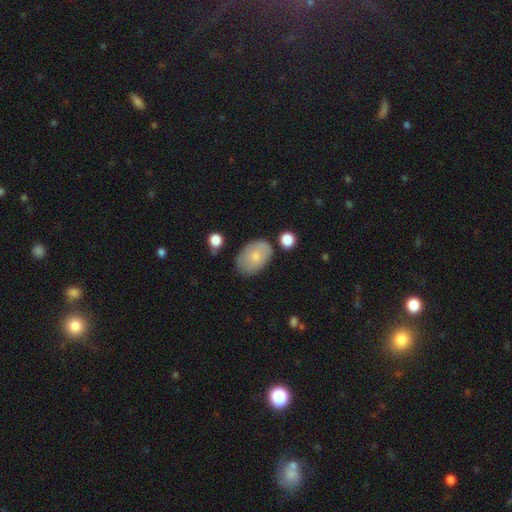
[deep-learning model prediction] A smooth galaxy with no disk features (73%) that is in between round and cigar-shaped (87%). Merging: none (66%).